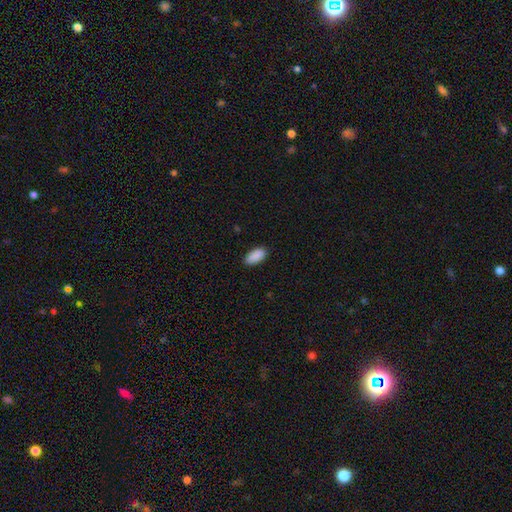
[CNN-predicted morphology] Q: Smooth or featured?
A: smooth (91%); runner-up: star or artifact (7%)
Q: How rounded?
A: in between (92%); runner-up: cigar-shaped (6%)
Q: Merging?
A: none (87%); runner-up: minor disturbance (10%)